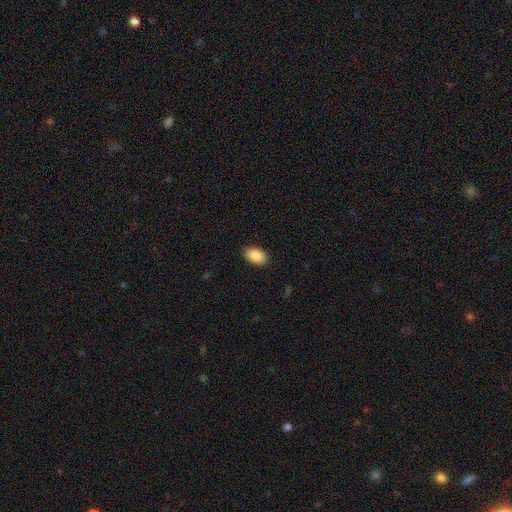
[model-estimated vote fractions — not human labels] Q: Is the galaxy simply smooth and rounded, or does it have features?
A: smooth — 87%.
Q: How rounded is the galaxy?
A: in between — 93%.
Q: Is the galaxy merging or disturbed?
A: none — 89%.